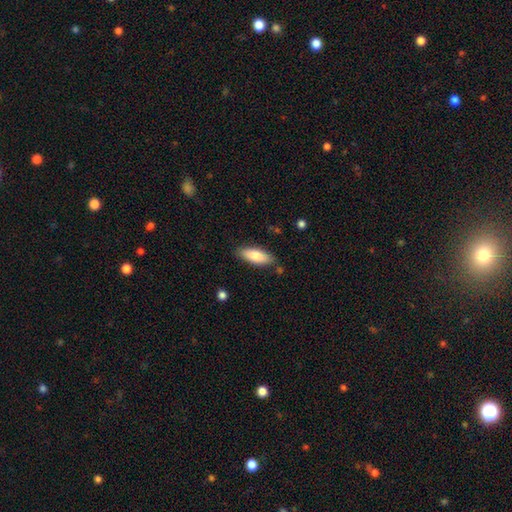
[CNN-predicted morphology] Overall: smooth (81%). How rounded: in between (73%). Merging: none (83%).